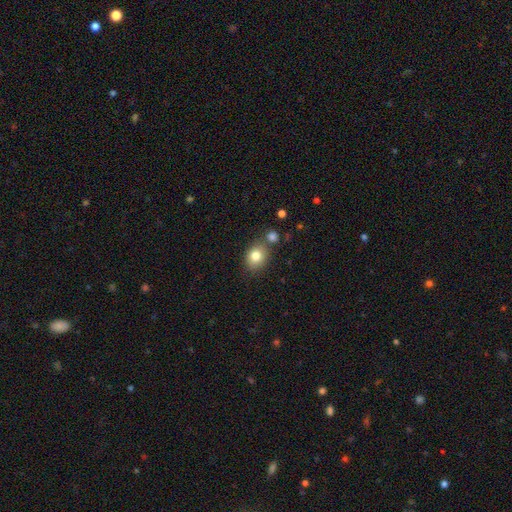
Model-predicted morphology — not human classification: Smooth or featured? Predicted: smooth (p=0.80). How rounded? Predicted: round (p=0.55). Merging? Predicted: none (p=0.69).